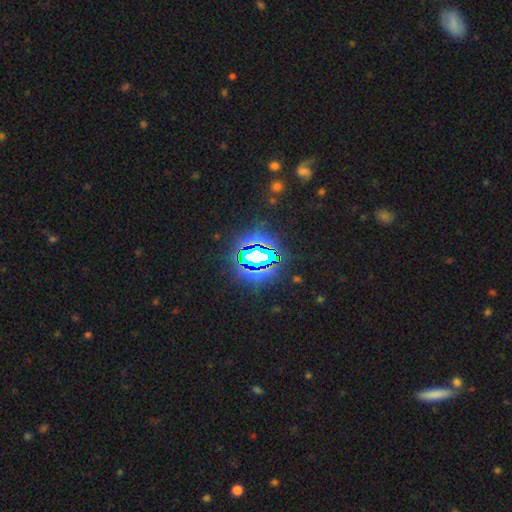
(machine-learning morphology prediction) Overall: star or artifact (74%).